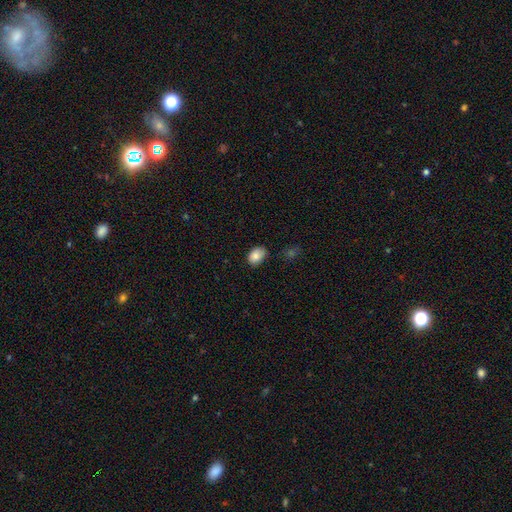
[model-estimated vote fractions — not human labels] Smooth or featured? smooth (85%)
How rounded? in between (81%)
Merging? none (73%)